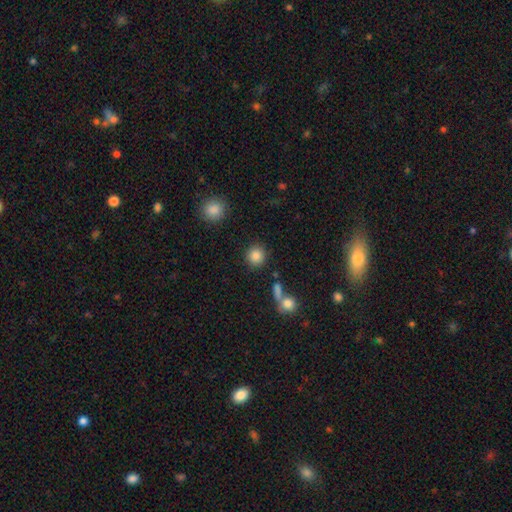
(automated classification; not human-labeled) Smooth or featured?
  - smooth: 86% *
  - star or artifact: 9%
  - featured or disk: 5%
How rounded?
  - round: 91% *
  - in between: 8%
  - cigar-shaped: 1%
Merging?
  - none: 85% *
  - minor disturbance: 7%
  - merger: 5%
  - major disturbance: 3%